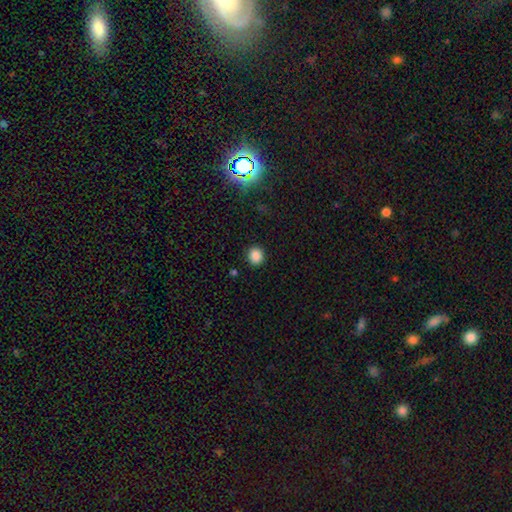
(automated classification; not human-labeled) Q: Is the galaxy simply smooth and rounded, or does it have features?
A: smooth — 87%.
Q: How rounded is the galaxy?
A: round — 81%.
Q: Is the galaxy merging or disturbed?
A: none — 90%.